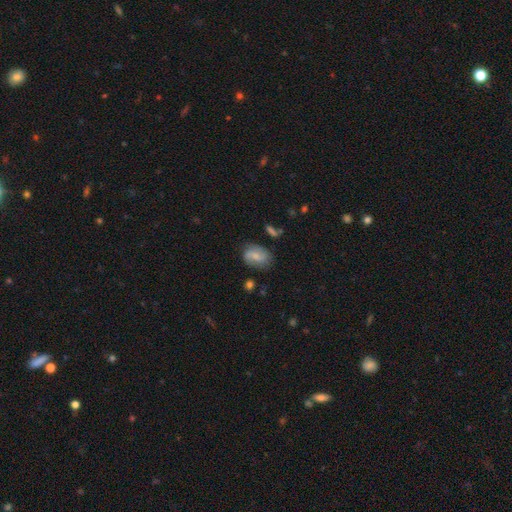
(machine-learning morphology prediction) The model was most divided on "smooth or featured": smooth: 50%, featured or disk: 41%, star or artifact: 8%. More confident: how rounded — in between (76%); merging — none (69%).